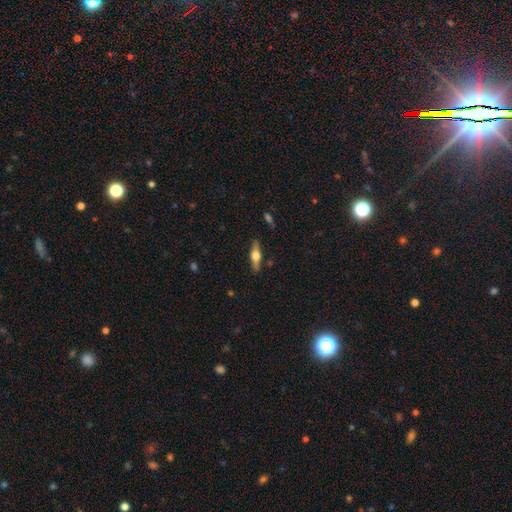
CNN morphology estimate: type=featured or disk (55%); edge-on=yes (93%); edge-on bulge=rounded (94%); merging=none (86%).